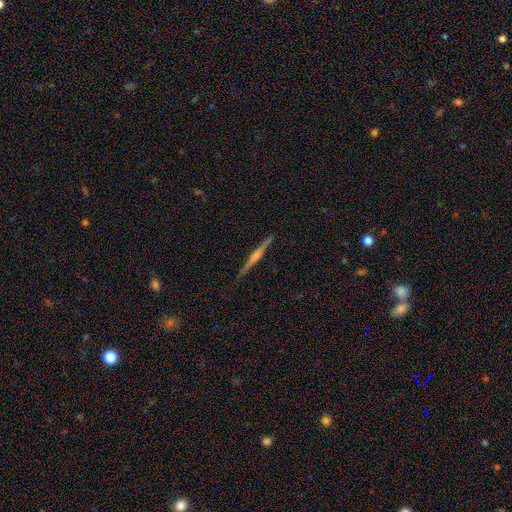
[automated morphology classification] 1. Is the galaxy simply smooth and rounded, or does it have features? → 74% featured or disk, 19% smooth, 6% star or artifact.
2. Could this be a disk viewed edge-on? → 98% yes, 2% no.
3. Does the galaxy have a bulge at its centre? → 62% rounded, 22% none, 16% boxy.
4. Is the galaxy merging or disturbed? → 92% none, 6% minor disturbance, 1% major disturbance, 1% merger.